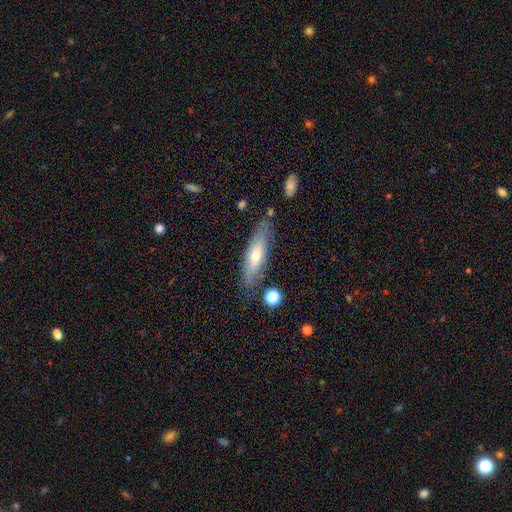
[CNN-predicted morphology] smooth 47%, featured or disk 45%, star or artifact 7%. Down the decision tree: merging — none (78%).